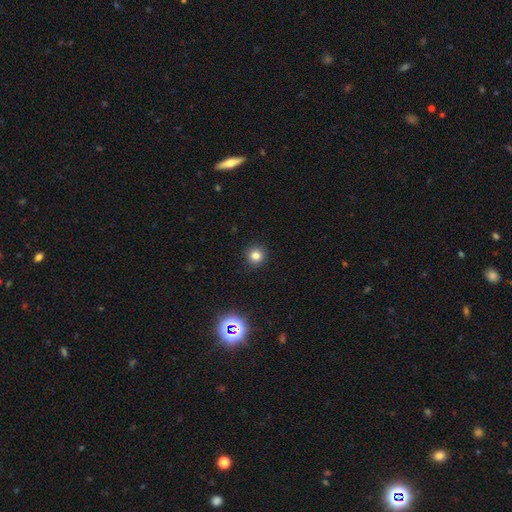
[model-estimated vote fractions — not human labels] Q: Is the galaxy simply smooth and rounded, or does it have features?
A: smooth — 80%.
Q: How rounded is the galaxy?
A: round — 94%.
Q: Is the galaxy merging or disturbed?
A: none — 92%.